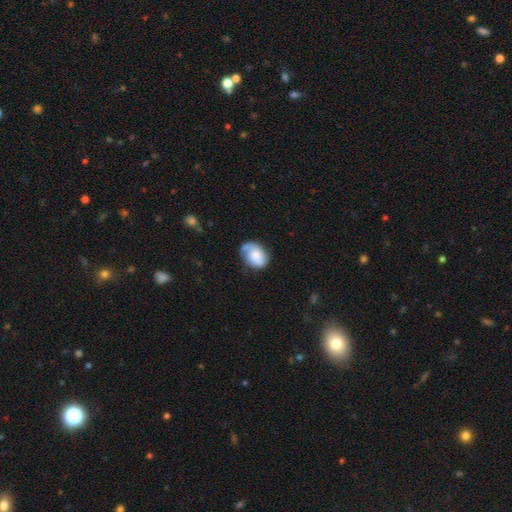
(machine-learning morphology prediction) Smooth or featured: smooth — 50% (featured or disk — 42%)
How rounded: in between — 64% (round — 35%)
Merging: none — 53% (minor disturbance — 30%)